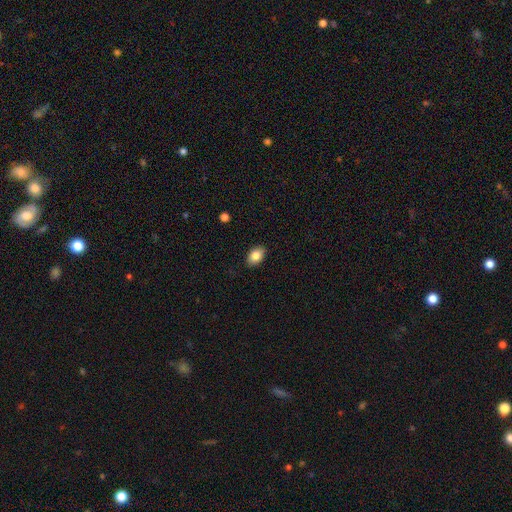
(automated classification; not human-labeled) Smooth or featured? smooth (84%)
How rounded? in between (87%)
Merging? none (88%)